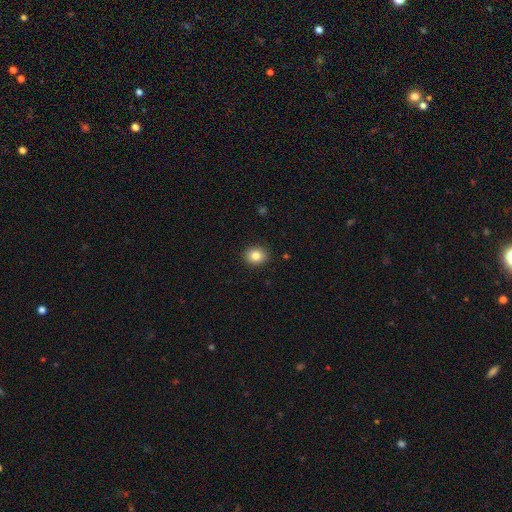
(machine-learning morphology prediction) A smooth galaxy with no disk features (84%) that is round (69%).

Vote fractions:
- Smooth or featured? smooth: 84% / star or artifact: 10% / featured or disk: 6%
- How rounded? round: 69% / in between: 30% / cigar-shaped: 1%
- Merging? none: 91% / minor disturbance: 7% / major disturbance: 2% / merger: 1%